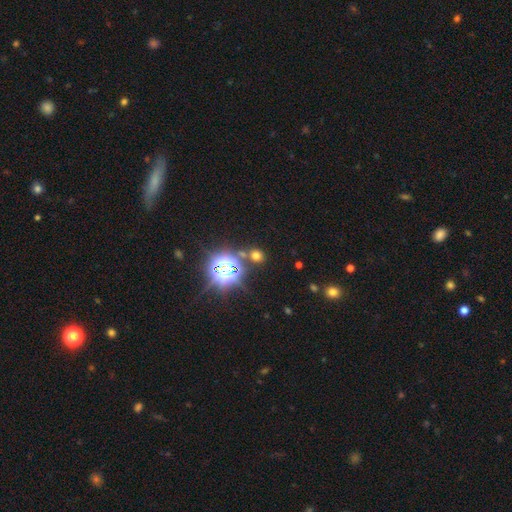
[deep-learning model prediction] smooth 52%, star or artifact 41%, featured or disk 7%. Down the decision tree: how rounded — round (75%); merging — none (78%).